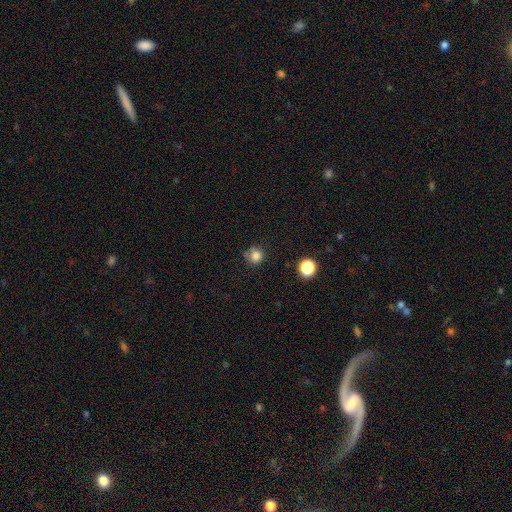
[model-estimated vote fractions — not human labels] This appears to be a smooth galaxy with no disk features (81%) that is round (90%). Merging: none (68%).